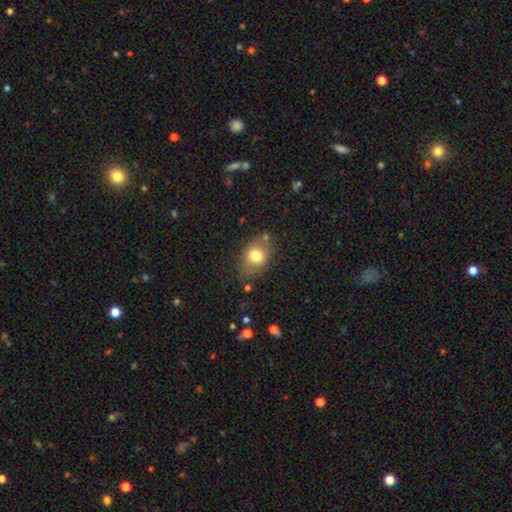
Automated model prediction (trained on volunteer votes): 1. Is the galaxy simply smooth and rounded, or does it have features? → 76% smooth, 14% featured or disk, 10% star or artifact.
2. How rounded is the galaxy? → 63% in between, 36% round, 1% cigar-shaped.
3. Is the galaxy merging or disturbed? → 69% none, 19% minor disturbance, 7% major disturbance, 5% merger.